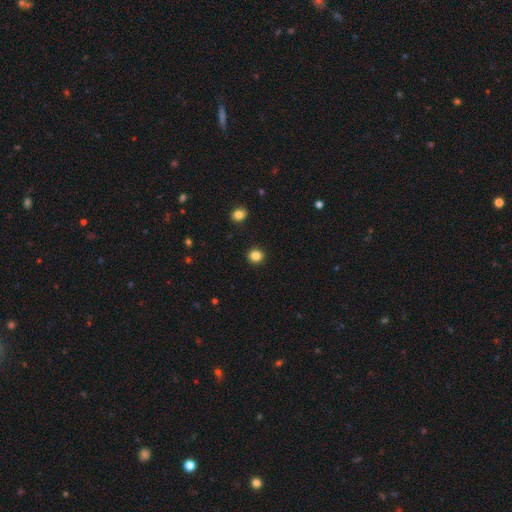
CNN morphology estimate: Smooth or featured: smooth — 85% (star or artifact — 11%)
How rounded: round — 89% (in between — 10%)
Merging: none — 92% (minor disturbance — 5%)